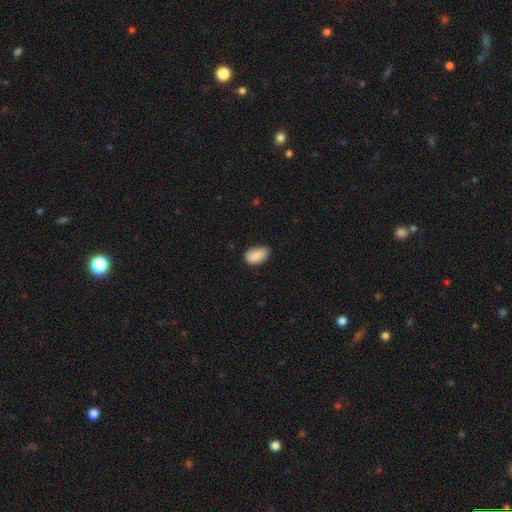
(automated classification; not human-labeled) This appears to be a smooth galaxy with no disk features (86%) that is in between round and cigar-shaped (93%). Merging: none (61%).